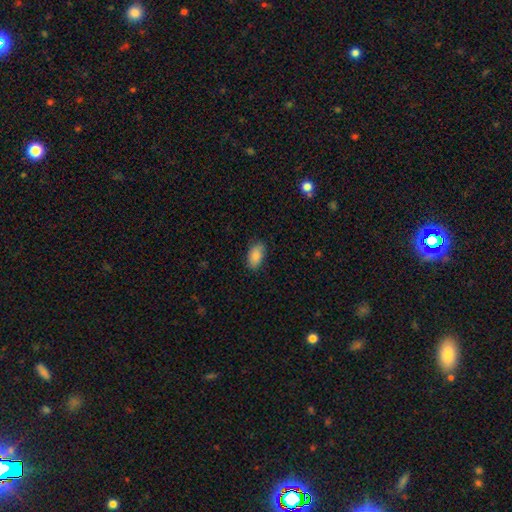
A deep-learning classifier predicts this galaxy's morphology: This appears to be a smooth galaxy with no disk features (89%) that is in between round and cigar-shaped (93%). Merging: none (83%).